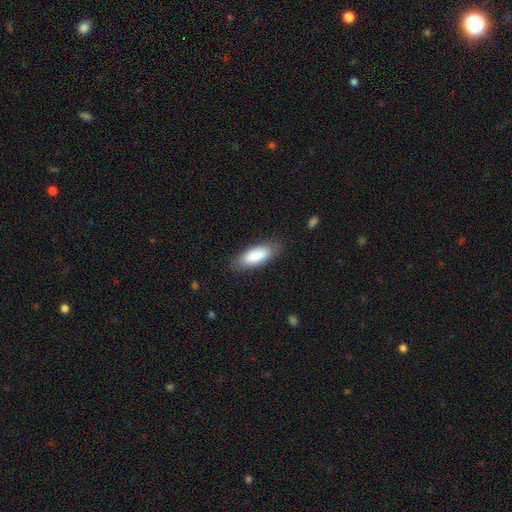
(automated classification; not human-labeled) Smooth or featured? Predicted: smooth (p=0.86). How rounded? Predicted: in between (p=0.77). Merging? Predicted: none (p=0.82).